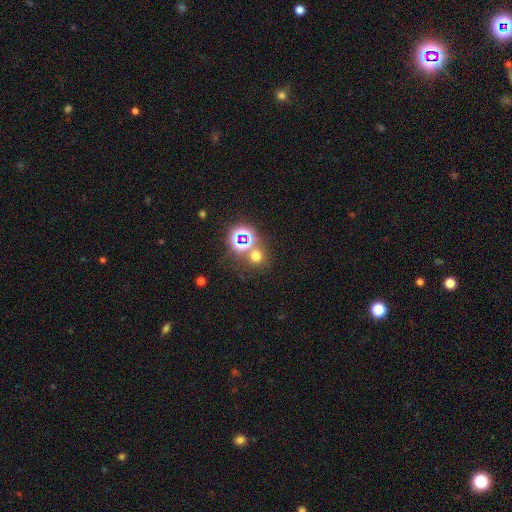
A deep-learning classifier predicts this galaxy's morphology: Overall: smooth (56%; star or artifact 36%). How rounded: round (86%). Merging: none (68%).